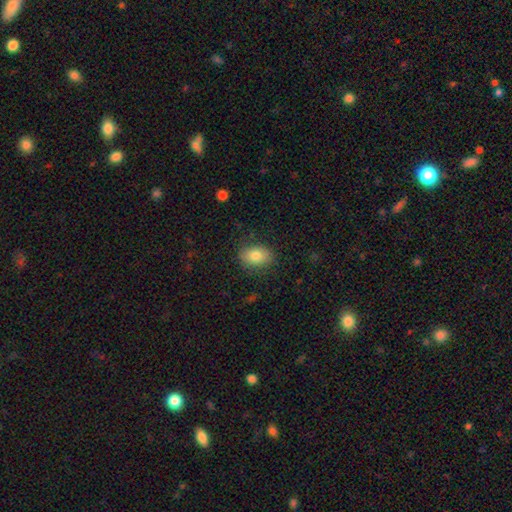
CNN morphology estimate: type=smooth (81%); roundness=in between (78%); merging=none (83%).